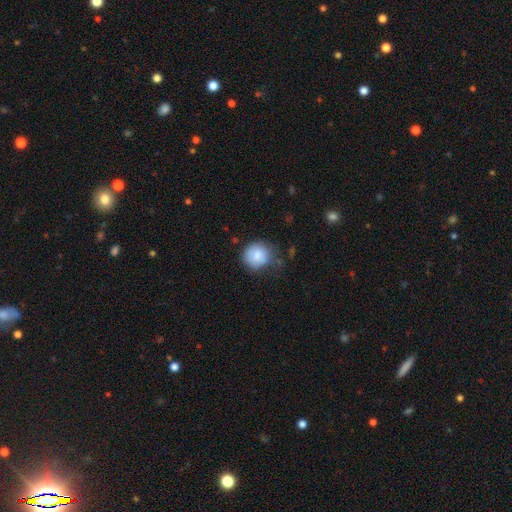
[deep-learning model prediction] This appears to be a smooth galaxy with no disk features (81%) that is round (83%). Merging: none (56%).